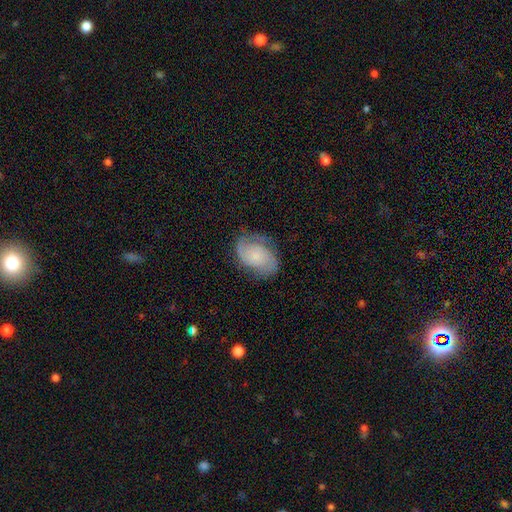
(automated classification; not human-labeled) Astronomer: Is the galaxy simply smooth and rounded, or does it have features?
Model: featured or disk — 63%.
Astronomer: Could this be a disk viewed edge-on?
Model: no — 97%.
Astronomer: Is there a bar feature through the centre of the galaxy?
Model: no — 73%.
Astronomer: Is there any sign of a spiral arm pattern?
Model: yes — 92%.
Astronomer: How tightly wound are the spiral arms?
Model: medium — 43% (runner-up: tight, 37%).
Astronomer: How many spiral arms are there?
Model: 2 — 80%.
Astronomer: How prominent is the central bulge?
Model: small — 52%.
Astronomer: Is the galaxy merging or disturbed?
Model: none — 68%.